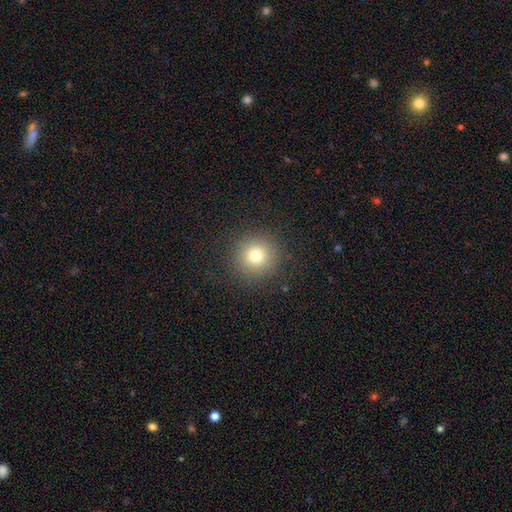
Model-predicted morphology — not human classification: smooth_or_featured: smooth (p=0.76) [alt: star or artifact p=0.15]
how_rounded: round (p=0.95) [alt: in between p=0.04]
merging: none (p=0.90) [alt: minor disturbance p=0.06]